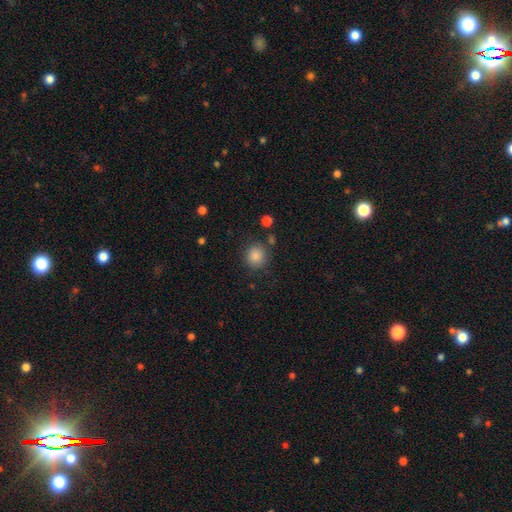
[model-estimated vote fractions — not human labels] Smooth or featured? Predicted: smooth (p=0.86). How rounded? Predicted: round (p=0.85). Merging? Predicted: none (p=0.82).